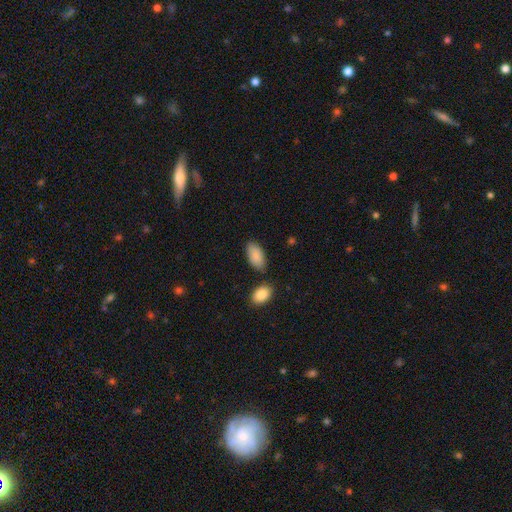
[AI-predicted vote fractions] The model was most divided on "merging": none: 78%, minor disturbance: 13%, merger: 6%, major disturbance: 3%. More confident: how rounded — in between (94%); smooth or featured — smooth (89%).